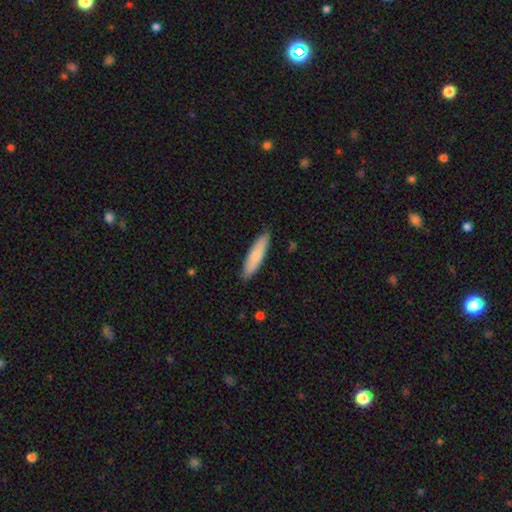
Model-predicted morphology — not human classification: Q: Smooth or featured?
A: smooth (77%); runner-up: featured or disk (18%)
Q: How rounded?
A: cigar-shaped (72%); runner-up: in between (26%)
Q: Merging?
A: none (88%); runner-up: minor disturbance (9%)